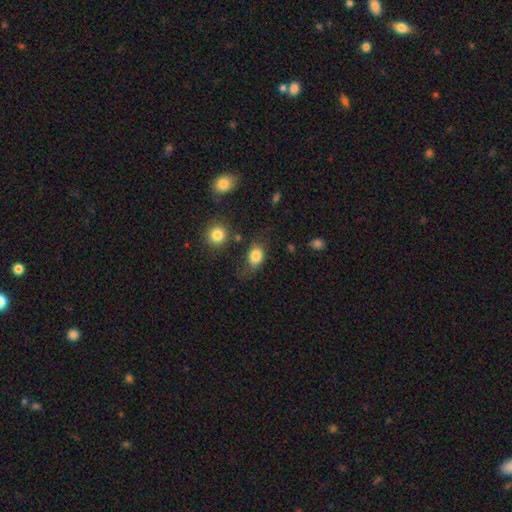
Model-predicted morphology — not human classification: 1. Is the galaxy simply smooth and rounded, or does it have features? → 83% smooth, 9% star or artifact, 9% featured or disk.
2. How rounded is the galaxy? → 69% in between, 29% round, 2% cigar-shaped.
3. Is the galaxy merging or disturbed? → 57% none, 25% minor disturbance, 13% major disturbance, 5% merger.